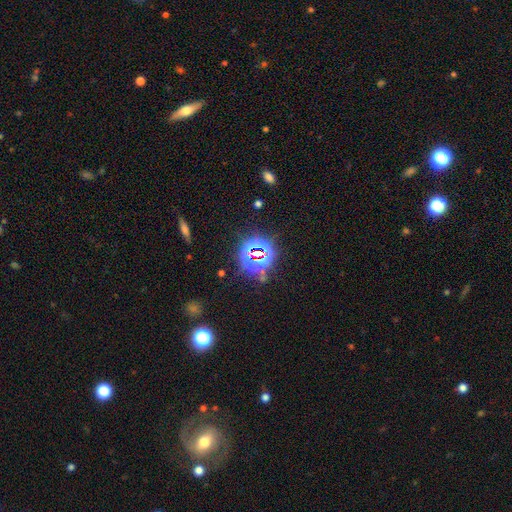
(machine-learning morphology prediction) A star or artifact, not a galaxy (77%).